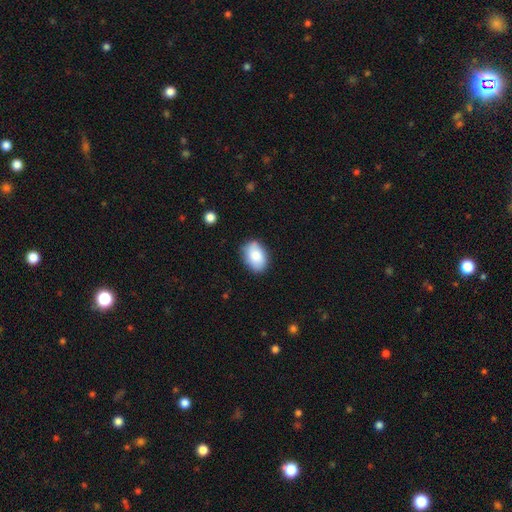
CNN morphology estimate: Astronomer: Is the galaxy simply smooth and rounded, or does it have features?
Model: smooth — 85%.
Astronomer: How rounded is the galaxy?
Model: in between — 86%.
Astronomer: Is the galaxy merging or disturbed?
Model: none — 81%.